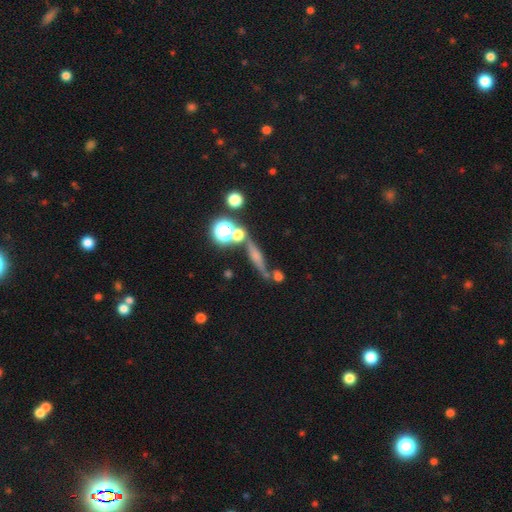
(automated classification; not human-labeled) smooth_or_featured: featured or disk (p=0.47) [alt: smooth p=0.33]
merging: none (p=0.69) [alt: merger p=0.13]